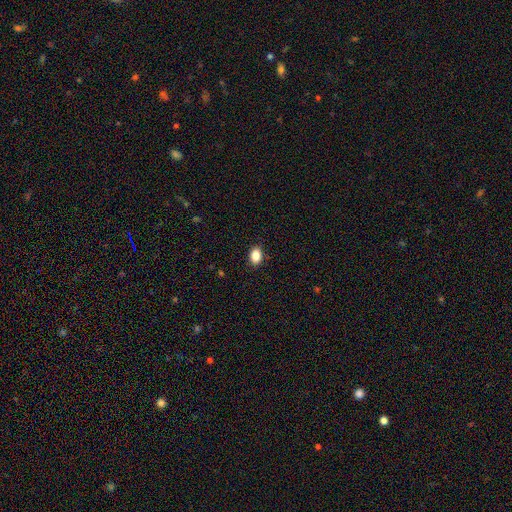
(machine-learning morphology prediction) type=smooth (86%); roundness=in between (78%); merging=none (89%).